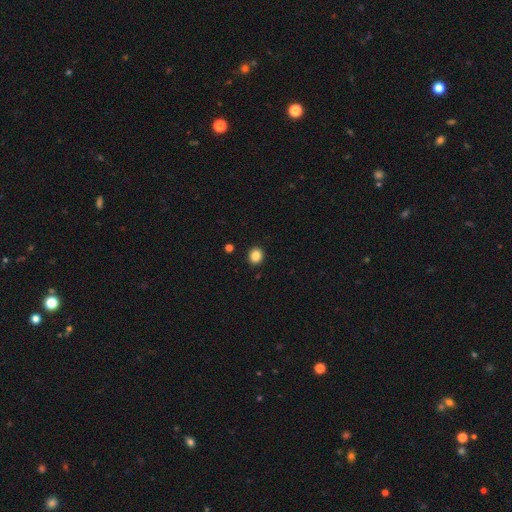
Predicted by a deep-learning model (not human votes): Smooth or featured?
  - smooth: 86% *
  - star or artifact: 10%
  - featured or disk: 4%
How rounded?
  - round: 80% *
  - in between: 19%
  - cigar-shaped: 1%
Merging?
  - none: 92% *
  - minor disturbance: 5%
  - major disturbance: 2%
  - merger: 1%